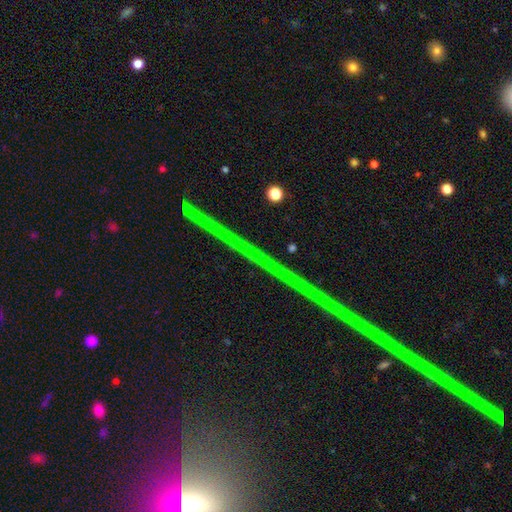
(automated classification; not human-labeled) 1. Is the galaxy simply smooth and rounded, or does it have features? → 83% star or artifact, 10% featured or disk, 7% smooth.